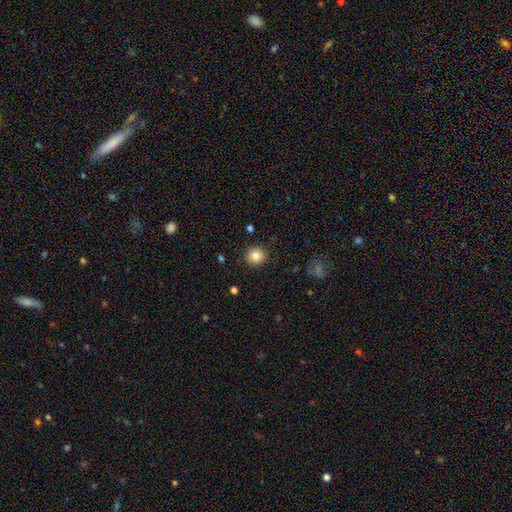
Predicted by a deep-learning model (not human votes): This appears to be a smooth galaxy with no disk features (85%) that is round (90%). Merging: none (91%).